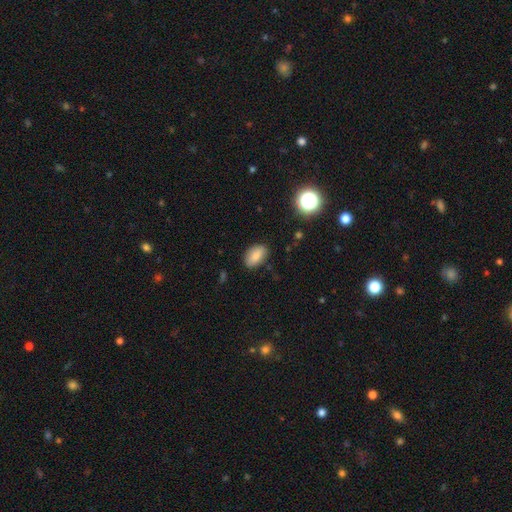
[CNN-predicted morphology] Smooth or featured?
  - smooth: 81% *
  - featured or disk: 9%
  - star or artifact: 9%
How rounded?
  - in between: 90% *
  - round: 8%
  - cigar-shaped: 2%
Merging?
  - none: 85% *
  - minor disturbance: 12%
  - major disturbance: 3%
  - merger: 1%